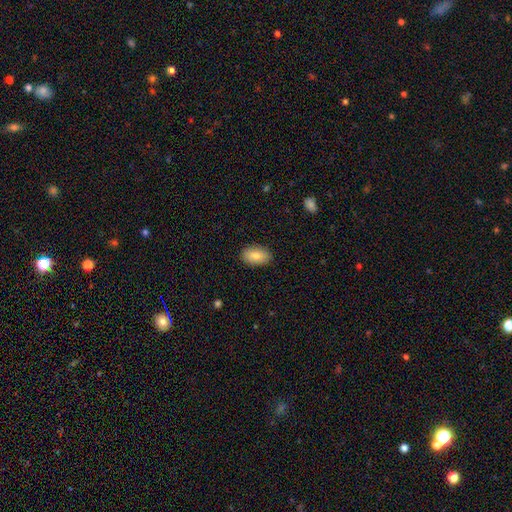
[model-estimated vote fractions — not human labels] smooth 82%, featured or disk 11%, star or artifact 7%. Down the decision tree: how rounded — in between (93%); merging — none (87%).